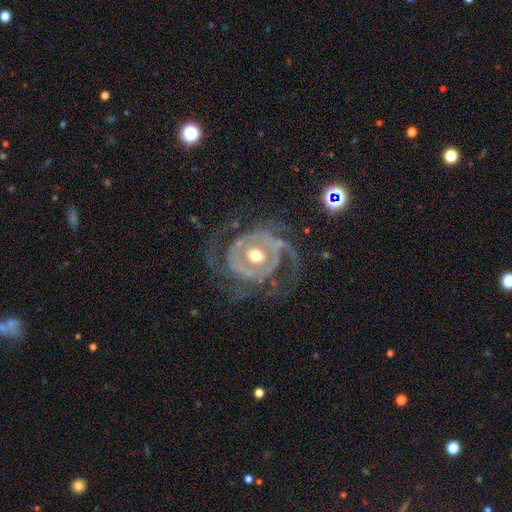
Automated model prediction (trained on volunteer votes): Smooth or featured: featured or disk — 84% (smooth — 11%)
Edge-on disk: no — 97% (yes — 3%)
Bar: no — 72% (weak — 20%)
Spiral arms: yes — 75% (no — 25%)
Spiral winding: tight — 38% (medium — 35%)
Spiral arm count: 2 — 37% (can't tell — 22%)
Bulge size: moderate — 73% (small — 13%)
Merging: none — 53% (major disturbance — 28%)